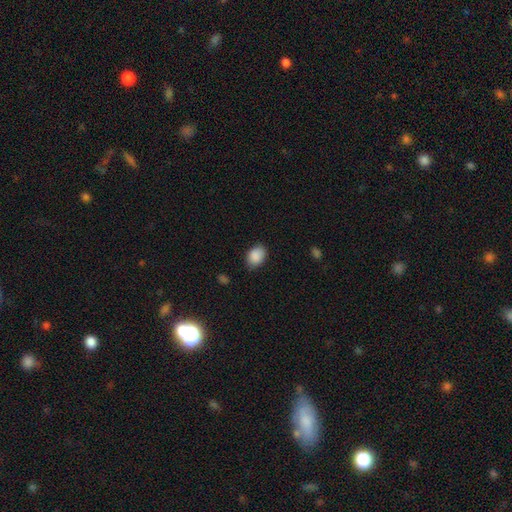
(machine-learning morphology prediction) type=smooth (89%); roundness=in between (70%); merging=none (81%).